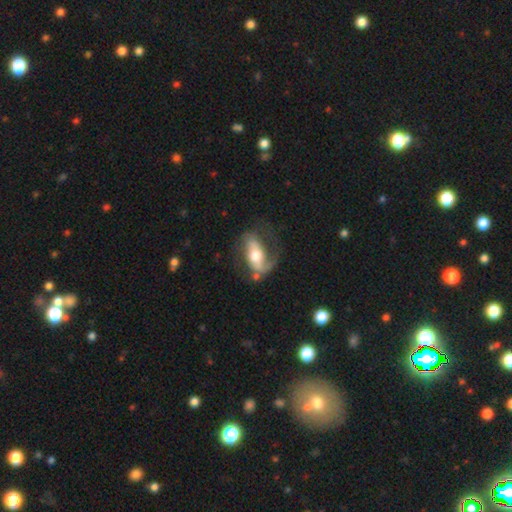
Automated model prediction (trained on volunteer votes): This is likely a featured or disk galaxy (71%). It is clearly not viewed edge-on (91%). Bar: marginally no (38%). Spiral arm pattern: clearly yes (84%). Spiral arm count: possibly 2 (56%). Spiral winding: possibly loose (50%). Central bulge: likely moderate (67%). Merging: possibly none (46%).